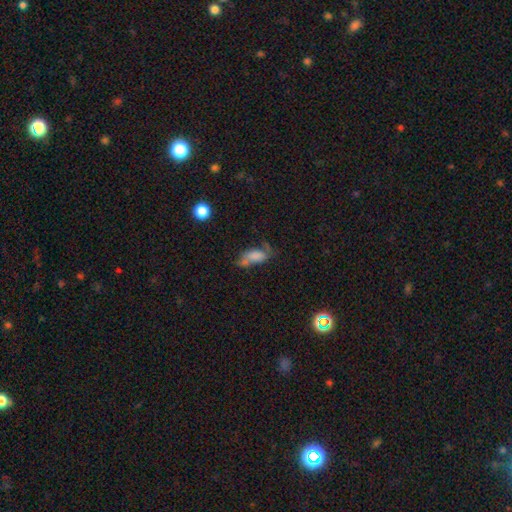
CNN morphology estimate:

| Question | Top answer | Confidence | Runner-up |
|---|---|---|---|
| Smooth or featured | smooth | 63% | featured or disk (26%) |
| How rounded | in between | 86% | cigar-shaped (9%) |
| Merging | none | 33% | minor disturbance (25%) |